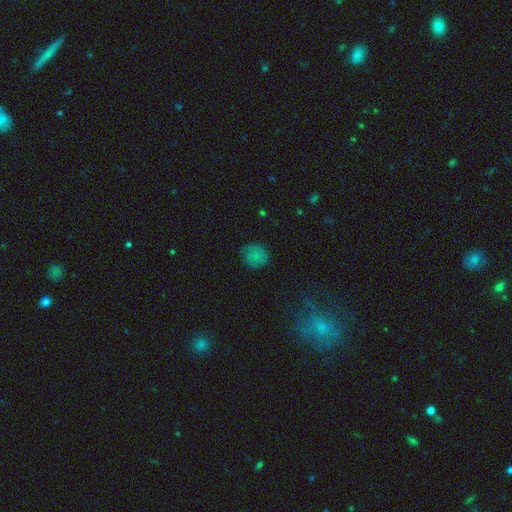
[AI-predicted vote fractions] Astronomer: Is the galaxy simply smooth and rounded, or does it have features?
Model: smooth — 76%.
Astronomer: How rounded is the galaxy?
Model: round — 85%.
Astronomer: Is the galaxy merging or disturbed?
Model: none — 78%.